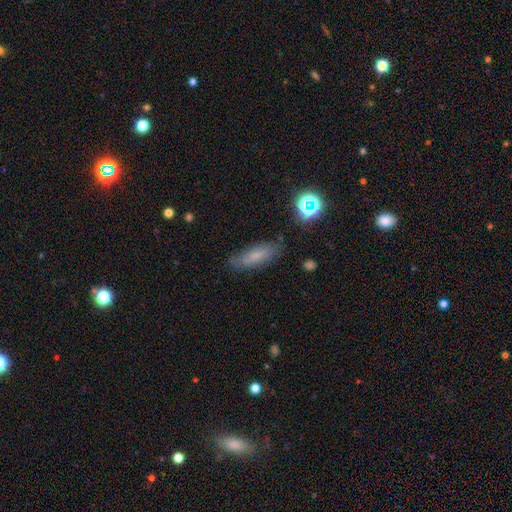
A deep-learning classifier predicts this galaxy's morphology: Q: Smooth or featured?
A: smooth (67%); runner-up: featured or disk (20%)
Q: How rounded?
A: in between (49%); runner-up: cigar-shaped (48%)
Q: Merging?
A: none (78%); runner-up: minor disturbance (16%)